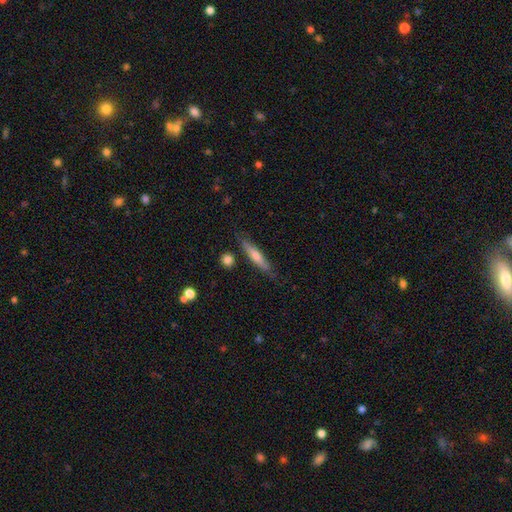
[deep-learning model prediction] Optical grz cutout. It shows a smooth galaxy with no disk features (53%) that is cigar-shaped (90%). Merging: none (80%).